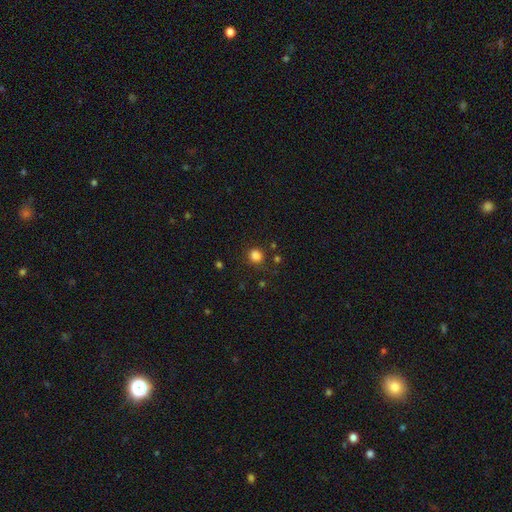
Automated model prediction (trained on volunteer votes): smooth_or_featured: smooth (p=0.83) [alt: star or artifact p=0.13]
how_rounded: round (p=0.79) [alt: in between p=0.20]
merging: none (p=0.82) [alt: minor disturbance p=0.11]